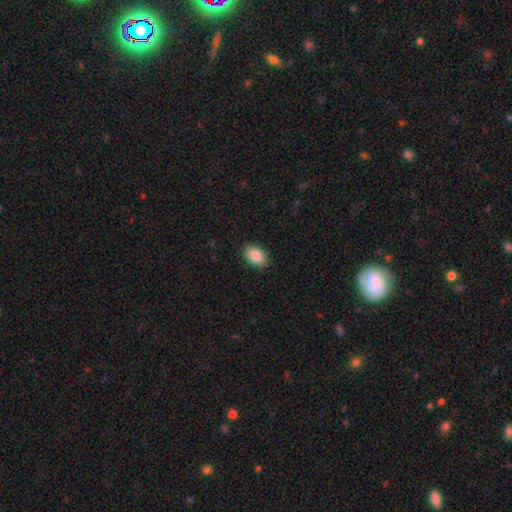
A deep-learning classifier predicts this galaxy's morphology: This appears to be a smooth galaxy with no disk features (88%) that is in between round and cigar-shaped (88%). Merging: none (88%).